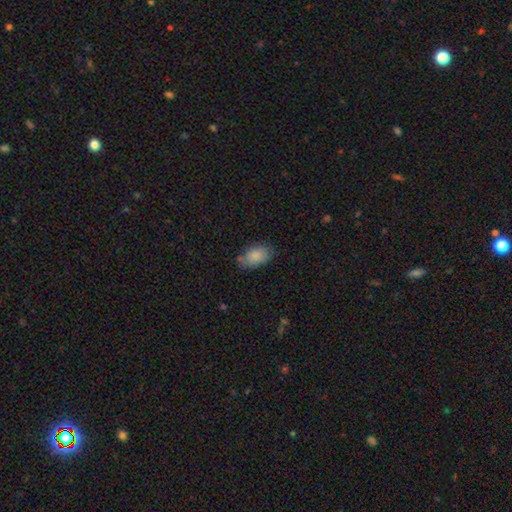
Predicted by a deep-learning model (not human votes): Morphology: type=smooth (86%); roundness=in between (91%); merging=none (69%).